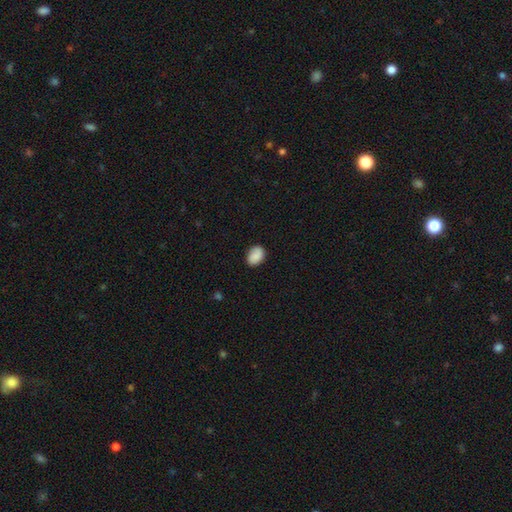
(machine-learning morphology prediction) Smooth or featured? Predicted: smooth (p=0.87). How rounded? Predicted: in between (p=0.75). Merging? Predicted: none (p=0.83).